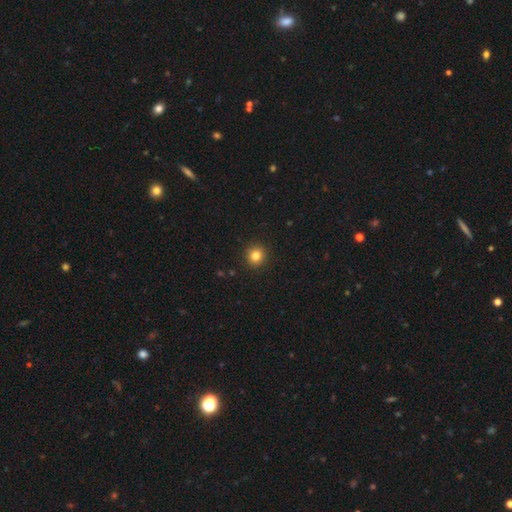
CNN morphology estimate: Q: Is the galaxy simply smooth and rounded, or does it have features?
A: smooth — 83%.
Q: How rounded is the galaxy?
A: round — 92%.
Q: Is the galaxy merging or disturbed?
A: none — 92%.